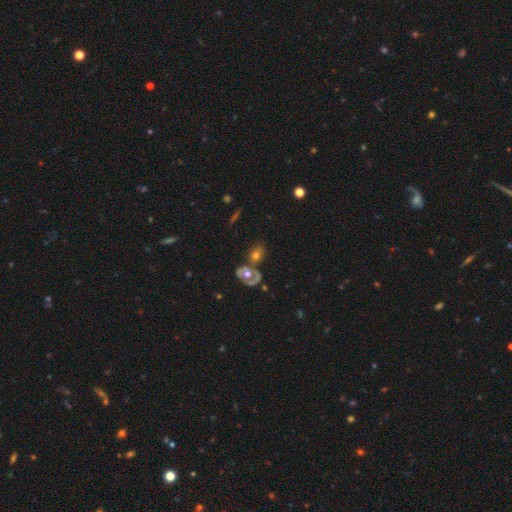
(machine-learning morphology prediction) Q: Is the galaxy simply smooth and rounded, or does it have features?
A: featured or disk — 49%.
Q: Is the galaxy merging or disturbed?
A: none — 47%.